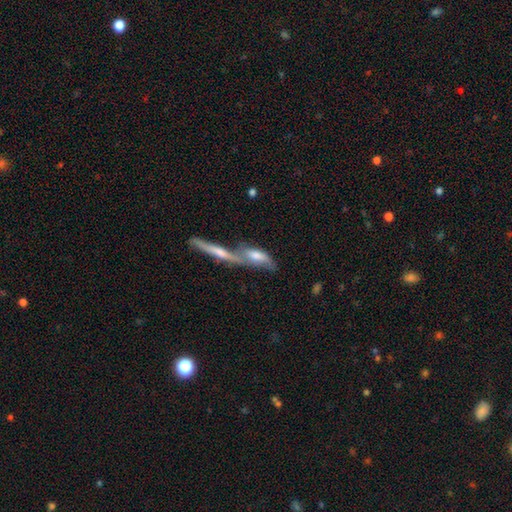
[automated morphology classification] This is possibly a featured or disk galaxy (56%). It is possibly viewed edge-on (57%). Merging: possibly merger (60%).